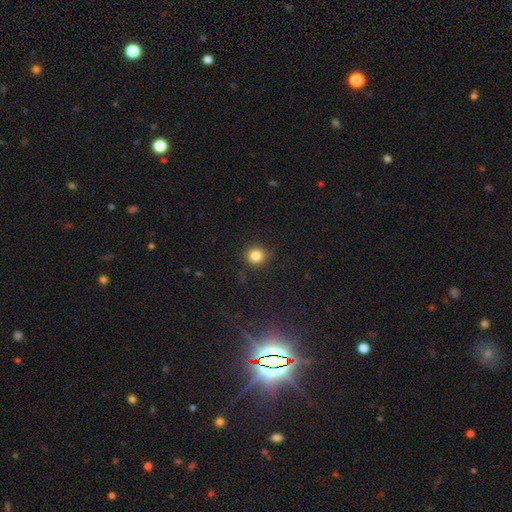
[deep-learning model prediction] smooth_or_featured: smooth (p=0.83) [alt: star or artifact p=0.12]
how_rounded: round (p=0.88) [alt: in between p=0.11]
merging: none (p=0.86) [alt: minor disturbance p=0.10]